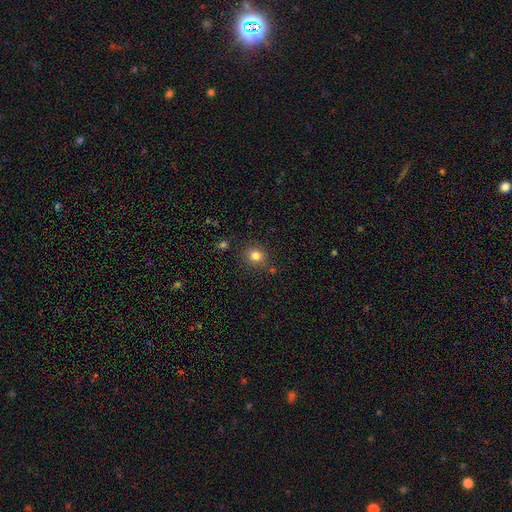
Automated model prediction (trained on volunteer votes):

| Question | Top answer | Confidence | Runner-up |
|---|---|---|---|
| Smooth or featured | smooth | 81% | star or artifact (13%) |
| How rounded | round | 80% | in between (19%) |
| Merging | none | 84% | minor disturbance (10%) |